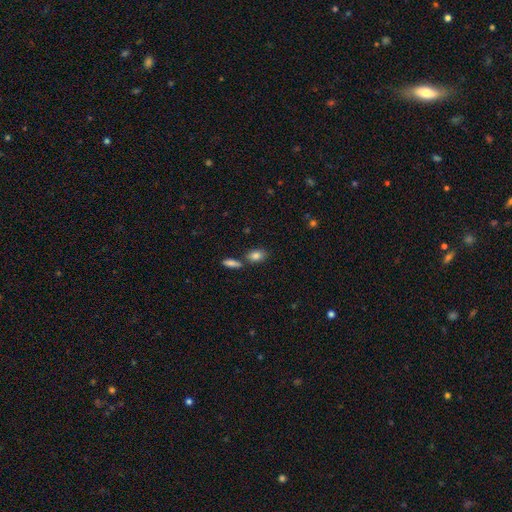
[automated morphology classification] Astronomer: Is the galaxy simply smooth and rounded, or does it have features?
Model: smooth — 84%.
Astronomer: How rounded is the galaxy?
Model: in between — 86%.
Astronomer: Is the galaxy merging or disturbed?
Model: none — 65%.